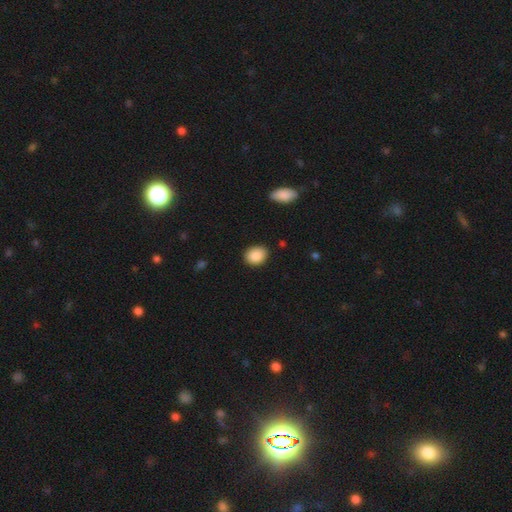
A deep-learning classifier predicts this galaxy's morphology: type=smooth (89%); roundness=in between (53%); merging=none (86%).